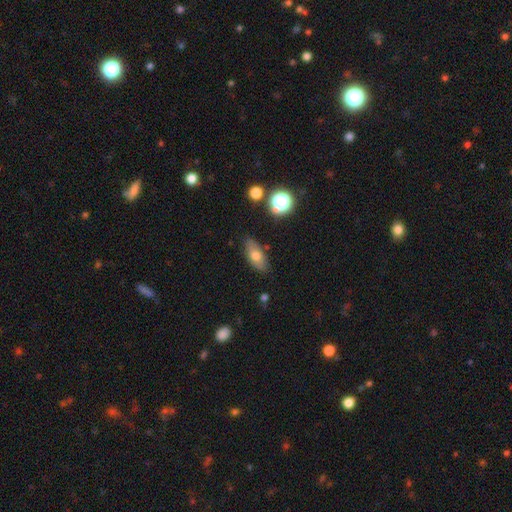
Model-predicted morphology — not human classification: type=smooth (68%); roundness=in between (83%); merging=none (80%).